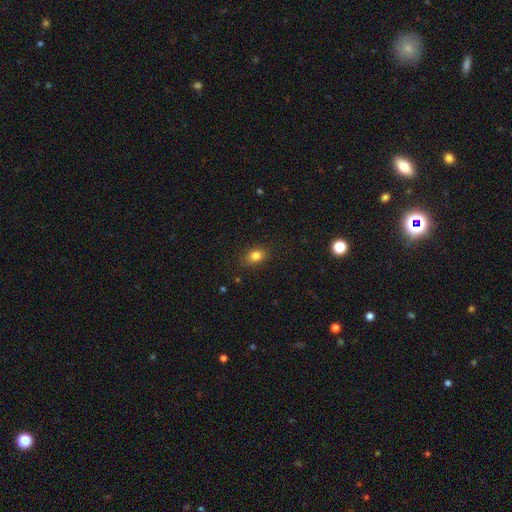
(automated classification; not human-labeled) A smooth galaxy with no disk features (82%) that is in between round and cigar-shaped (67%).

Vote fractions:
- Smooth or featured? smooth: 82% / star or artifact: 11% / featured or disk: 6%
- How rounded? in between: 67% / round: 32% / cigar-shaped: 2%
- Merging? none: 84% / minor disturbance: 12% / major disturbance: 3% / merger: 1%